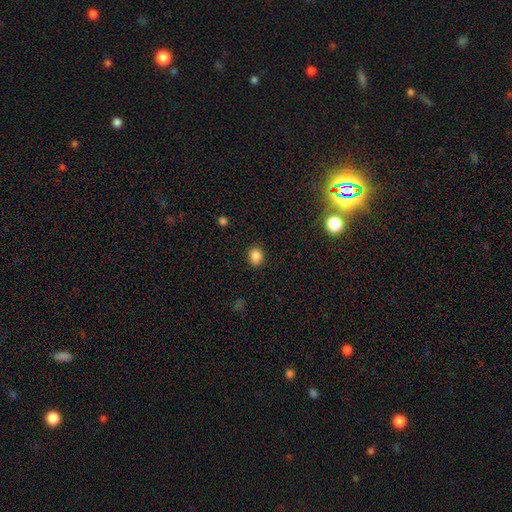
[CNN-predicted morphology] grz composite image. It shows a smooth galaxy with no disk features (85%) that is round (67%). Merging: none (86%).